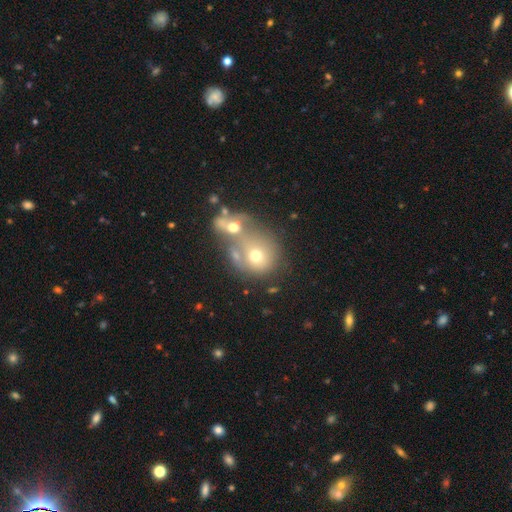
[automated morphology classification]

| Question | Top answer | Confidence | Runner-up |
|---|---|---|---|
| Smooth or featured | smooth | 60% | featured or disk (26%) |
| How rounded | round | 75% | in between (24%) |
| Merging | merger | 66% | none (20%) |